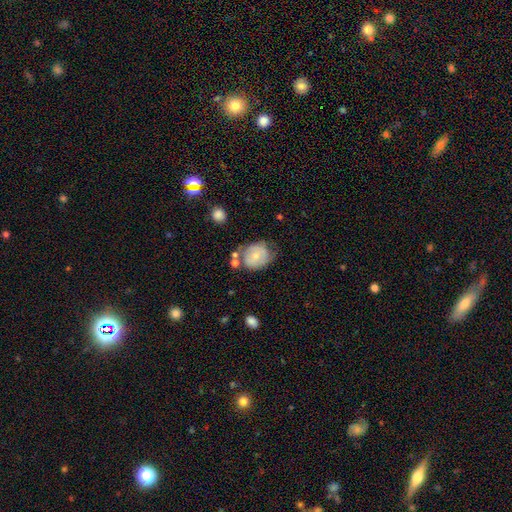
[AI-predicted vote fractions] smooth 58%, featured or disk 34%, star or artifact 8%. Down the decision tree: how rounded — round (64%); merging — none (49%).